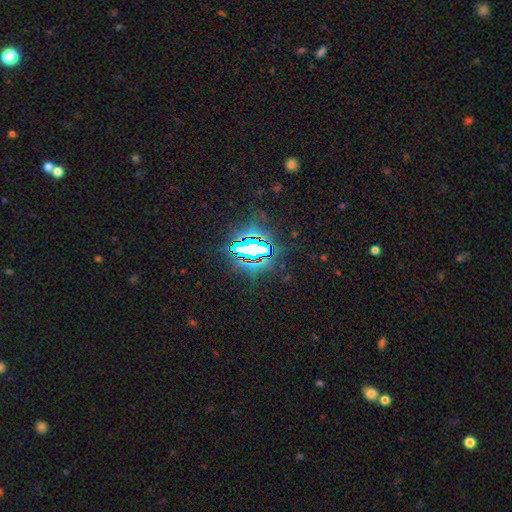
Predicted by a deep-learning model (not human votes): smooth-or-featured: star or artifact: 79% | smooth: 12% | featured or disk: 9%